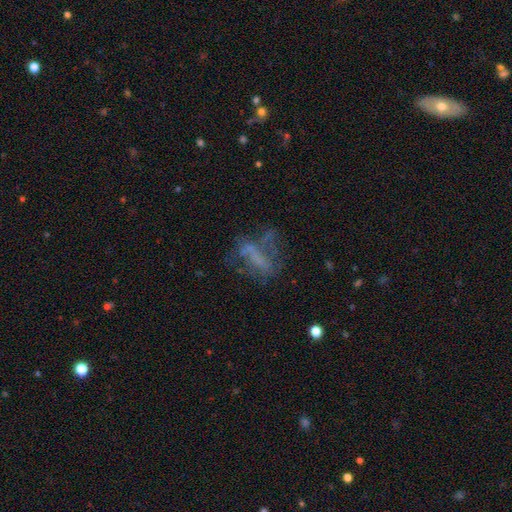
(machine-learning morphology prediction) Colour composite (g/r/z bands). It shows a featured or disk galaxy (48%). Merging: none (41%).